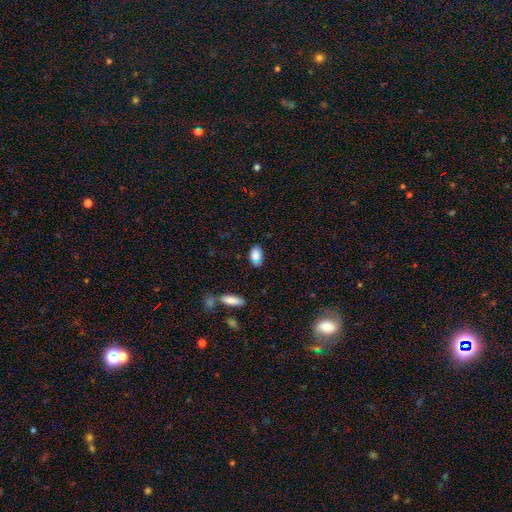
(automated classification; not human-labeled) smooth 84%, star or artifact 8%, featured or disk 7%. Down the decision tree: how rounded — in between (86%); merging — none (67%).